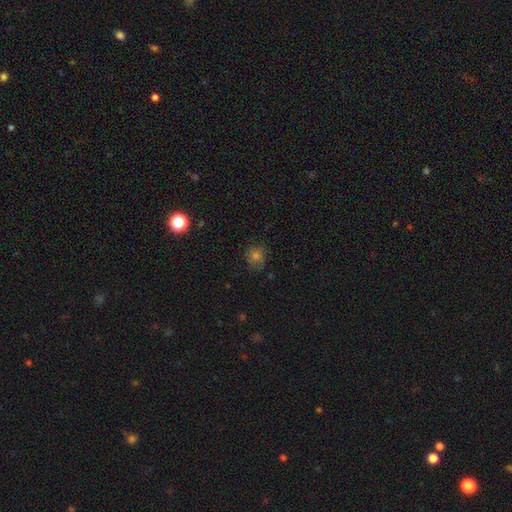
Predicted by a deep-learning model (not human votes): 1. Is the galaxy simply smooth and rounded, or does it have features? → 62% smooth, 25% star or artifact, 13% featured or disk.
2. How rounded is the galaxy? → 87% round, 12% in between, 1% cigar-shaped.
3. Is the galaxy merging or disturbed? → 81% none, 14% minor disturbance, 4% major disturbance, 1% merger.